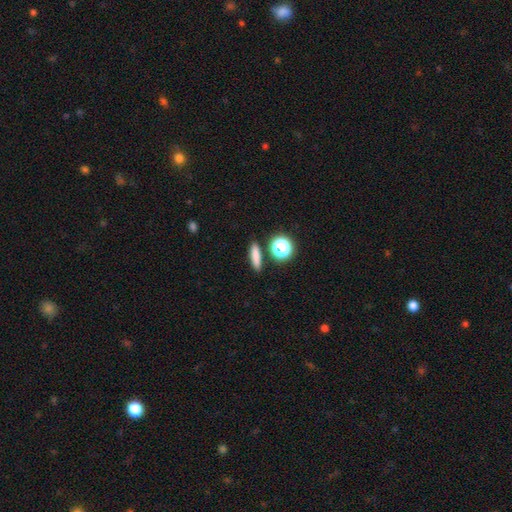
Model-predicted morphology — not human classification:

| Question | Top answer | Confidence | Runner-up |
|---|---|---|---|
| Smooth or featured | smooth | 78% | star or artifact (13%) |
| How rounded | cigar-shaped | 57% | in between (25%) |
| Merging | none | 84% | minor disturbance (7%) |